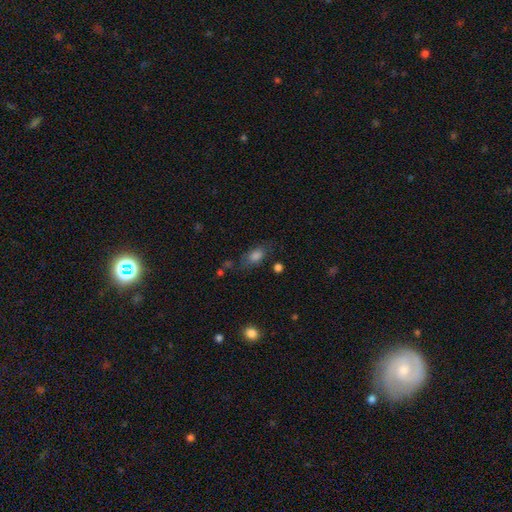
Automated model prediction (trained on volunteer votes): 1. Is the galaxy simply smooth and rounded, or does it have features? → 73% smooth, 16% featured or disk, 11% star or artifact.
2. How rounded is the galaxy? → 80% in between, 11% round, 9% cigar-shaped.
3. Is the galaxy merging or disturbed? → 61% none, 22% minor disturbance, 11% major disturbance, 6% merger.